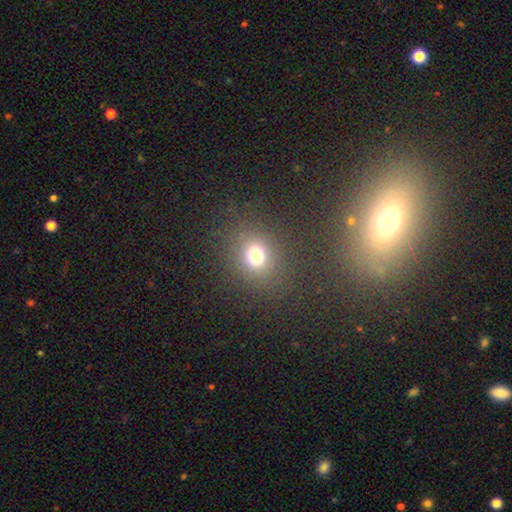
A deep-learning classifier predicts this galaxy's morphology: smooth-or-featured: smooth: 70% | star or artifact: 21% | featured or disk: 9%
  how-rounded: round: 76% | in between: 22% | cigar-shaped: 1%
  merging: none: 83% | minor disturbance: 8% | major disturbance: 6% | merger: 3%